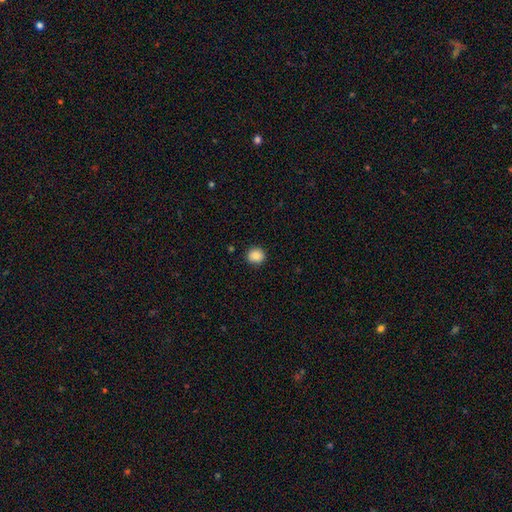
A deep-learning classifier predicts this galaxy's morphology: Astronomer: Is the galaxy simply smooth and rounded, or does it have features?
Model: smooth — 87%.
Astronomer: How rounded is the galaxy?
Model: round — 90%.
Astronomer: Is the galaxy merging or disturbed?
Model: none — 91%.